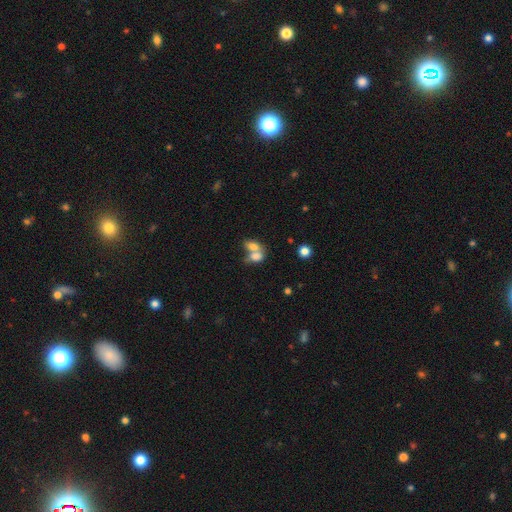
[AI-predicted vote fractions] Morphology: type=smooth (75%); roundness=in between (81%); merging=merger (69%).